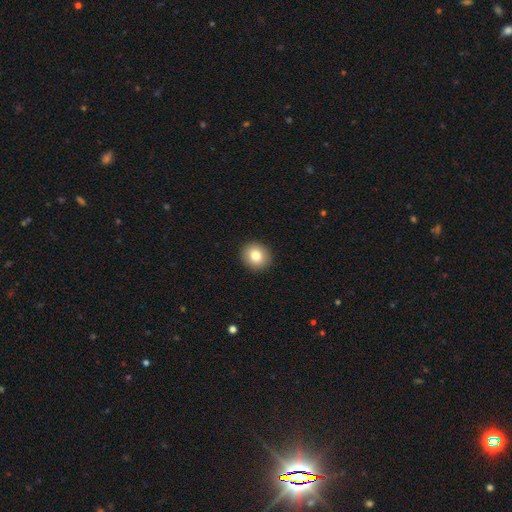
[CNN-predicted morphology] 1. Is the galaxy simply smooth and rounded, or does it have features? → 81% smooth, 10% featured or disk, 9% star or artifact.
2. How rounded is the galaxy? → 81% round, 18% in between, 1% cigar-shaped.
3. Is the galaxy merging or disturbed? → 92% none, 5% minor disturbance, 2% major disturbance, 1% merger.